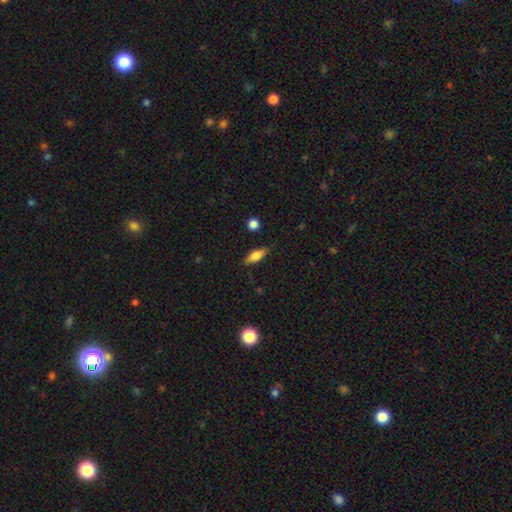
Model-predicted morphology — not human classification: Smooth or featured? smooth (69%)
How rounded? in between (64%)
Merging? none (82%)